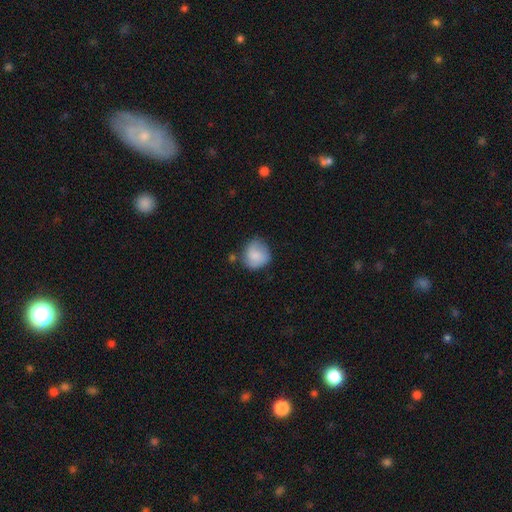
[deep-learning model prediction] Smooth or featured? smooth (72%)
How rounded? round (83%)
Merging? none (62%)